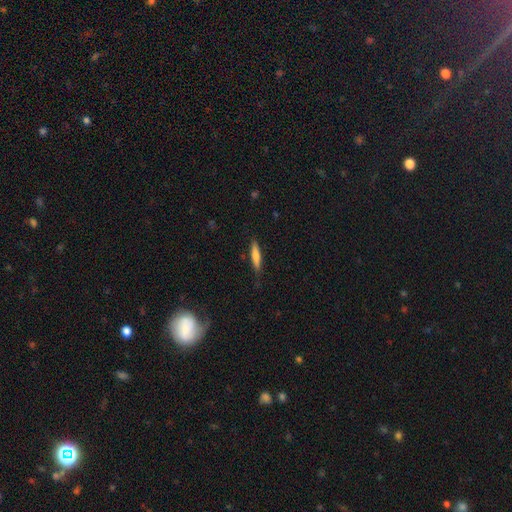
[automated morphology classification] Smooth or featured: smooth — 66% (featured or disk — 27%)
How rounded: cigar-shaped — 86% (in between — 12%)
Merging: none — 80% (minor disturbance — 15%)